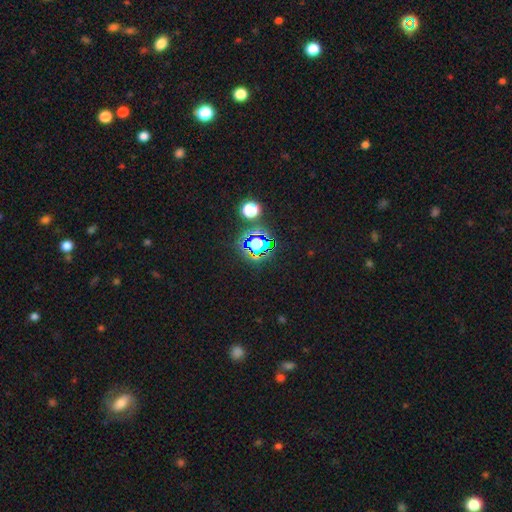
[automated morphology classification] star or artifact 74%, smooth 18%, featured or disk 8%.